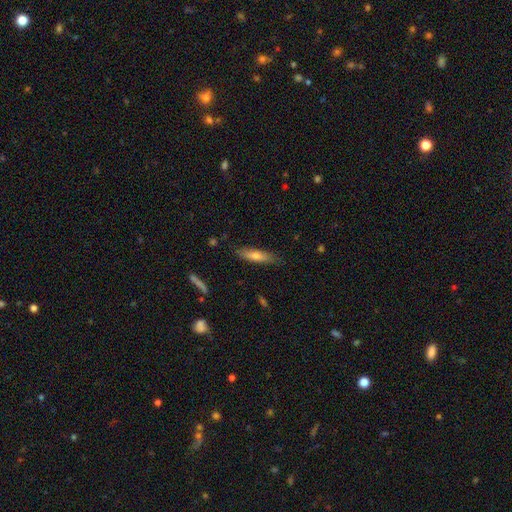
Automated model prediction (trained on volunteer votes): Smooth or featured? smooth (68%)
How rounded? cigar-shaped (76%)
Merging? none (81%)